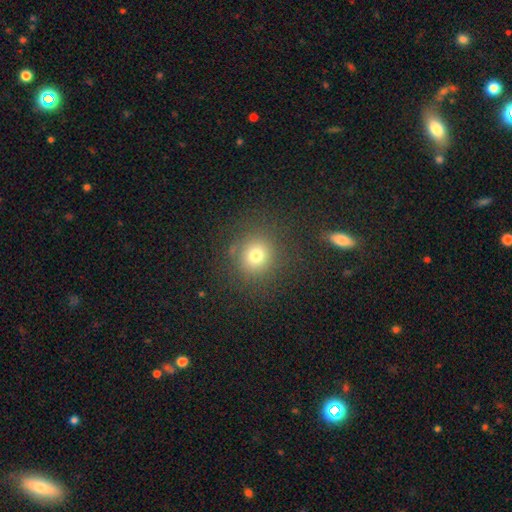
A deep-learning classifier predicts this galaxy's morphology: smooth_or_featured: smooth (p=0.74) [alt: star or artifact p=0.17]
how_rounded: round (p=0.89) [alt: in between p=0.10]
merging: none (p=0.85) [alt: minor disturbance p=0.09]